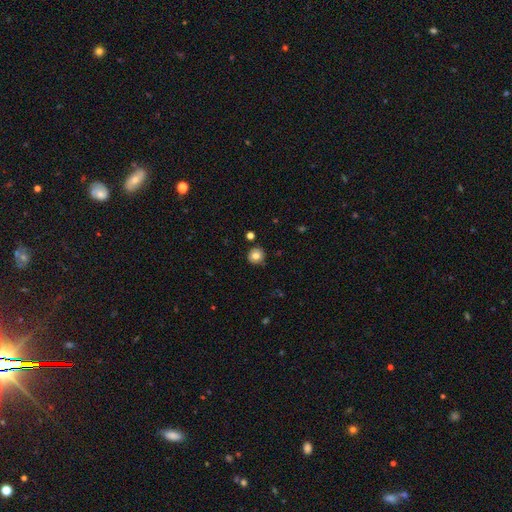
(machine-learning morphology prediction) Smooth or featured? smooth (77%)
How rounded? round (92%)
Merging? none (86%)